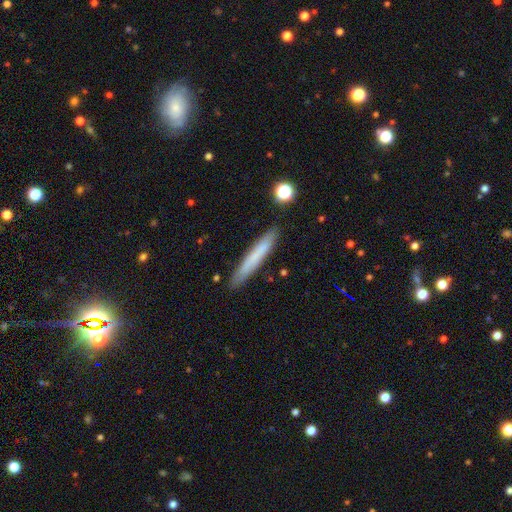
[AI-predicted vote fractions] A smooth galaxy with no disk features (68%) that is cigar-shaped (95%).

Vote fractions:
- Smooth or featured? smooth: 68% / featured or disk: 25% / star or artifact: 7%
- How rounded? cigar-shaped: 95% / in between: 4% / round: 1%
- Merging? none: 88% / minor disturbance: 9% / major disturbance: 2% / merger: 2%